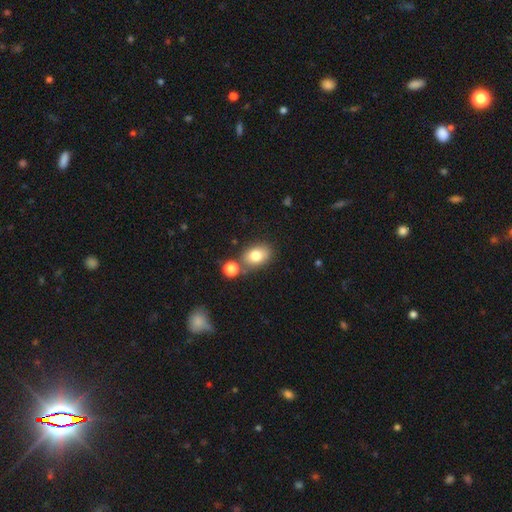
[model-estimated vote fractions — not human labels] The model was most divided on "merging": none: 67%, merger: 16%, minor disturbance: 13%, major disturbance: 4%. More confident: smooth or featured — smooth (79%); how rounded — in between (76%).